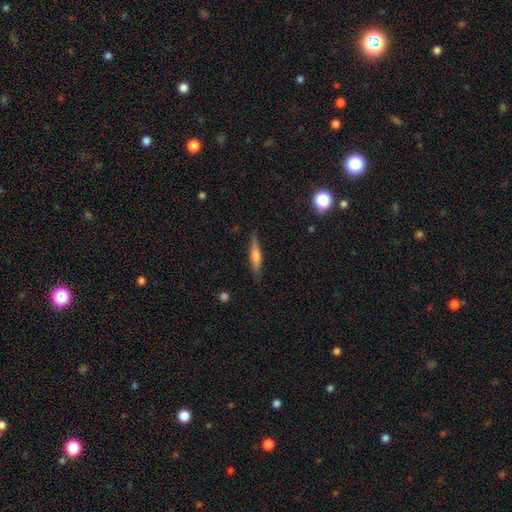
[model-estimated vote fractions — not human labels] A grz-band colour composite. It shows a featured or disk galaxy (47%). Merging: none (87%).